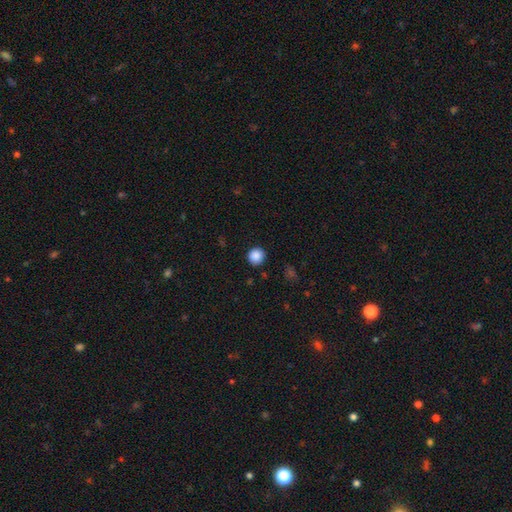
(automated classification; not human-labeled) Smooth or featured? Predicted: smooth (p=0.88). How rounded? Predicted: round (p=0.93). Merging? Predicted: none (p=0.90).